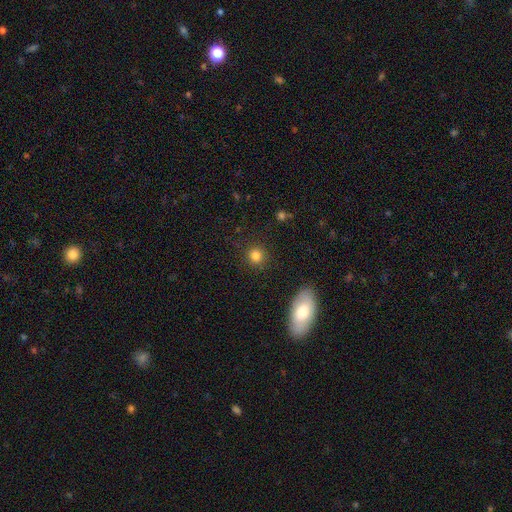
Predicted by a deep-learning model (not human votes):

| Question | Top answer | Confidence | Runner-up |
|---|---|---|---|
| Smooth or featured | smooth | 82% | star or artifact (12%) |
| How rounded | round | 91% | in between (8%) |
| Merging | none | 90% | minor disturbance (6%) |